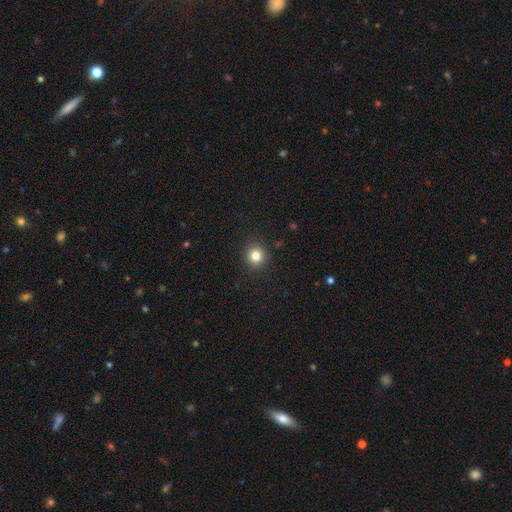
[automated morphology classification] Smooth or featured: smooth — 82% (star or artifact — 12%)
How rounded: round — 91% (in between — 8%)
Merging: none — 91% (minor disturbance — 6%)